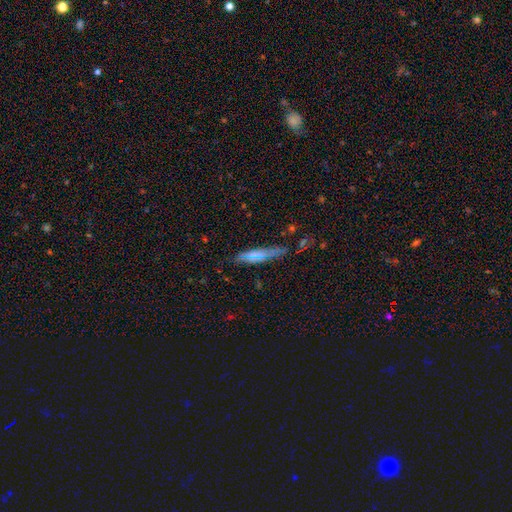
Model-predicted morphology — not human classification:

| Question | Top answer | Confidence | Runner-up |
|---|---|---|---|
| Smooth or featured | smooth | 61% | featured or disk (30%) |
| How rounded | cigar-shaped | 82% | in between (16%) |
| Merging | none | 63% | minor disturbance (26%) |